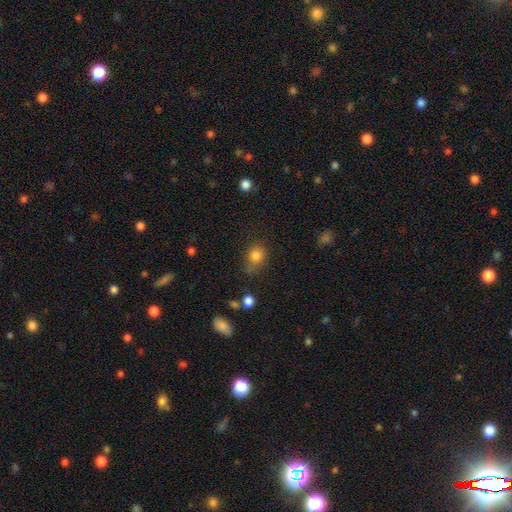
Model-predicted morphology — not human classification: Overall: smooth (82%). How rounded: round (67%; in between 32%). Merging: none (64%).